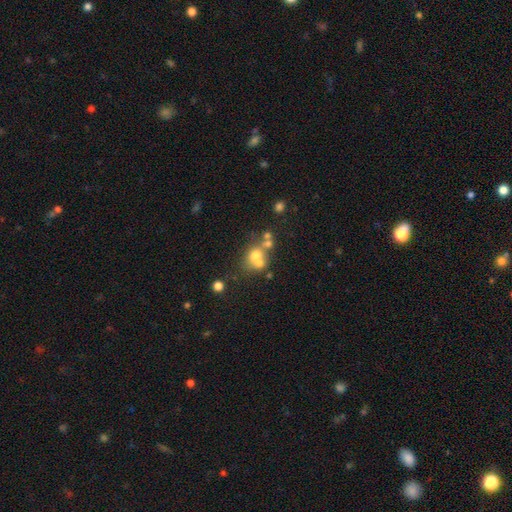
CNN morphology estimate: Smooth or featured? smooth (59%)
How rounded? round (75%)
Merging? merger (50%)